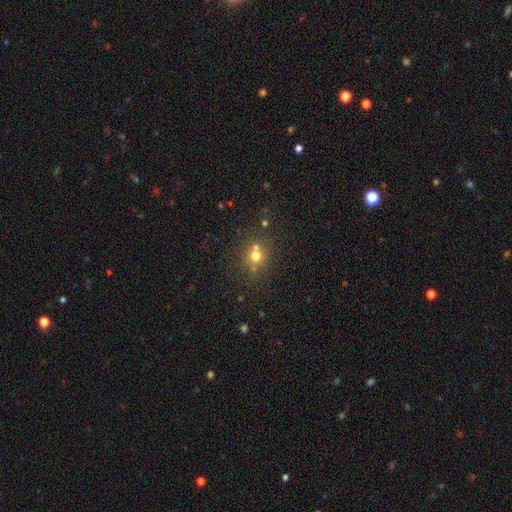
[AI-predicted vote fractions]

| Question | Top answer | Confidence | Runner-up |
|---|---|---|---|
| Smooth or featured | smooth | 67% | star or artifact (20%) |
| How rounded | round | 87% | in between (12%) |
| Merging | none | 63% | merger (24%) |